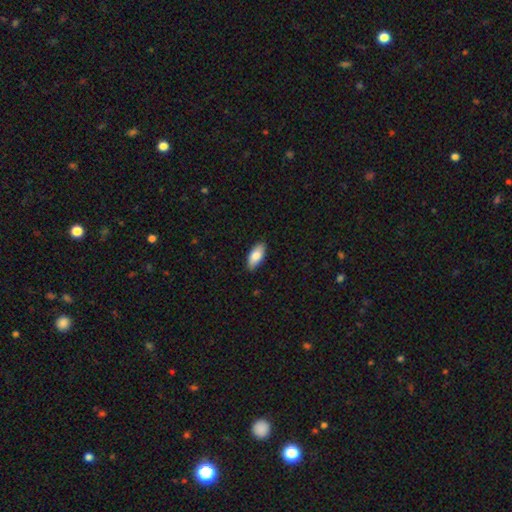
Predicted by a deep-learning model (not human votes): Morphology: type=smooth (82%); roundness=in between (87%); merging=none (87%).